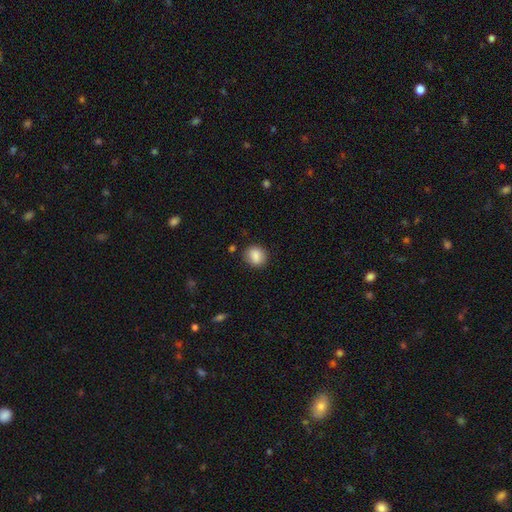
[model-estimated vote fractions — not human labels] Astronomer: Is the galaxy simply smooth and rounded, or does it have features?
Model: smooth — 86%.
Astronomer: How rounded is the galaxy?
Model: round — 70%.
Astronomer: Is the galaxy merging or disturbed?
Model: none — 83%.